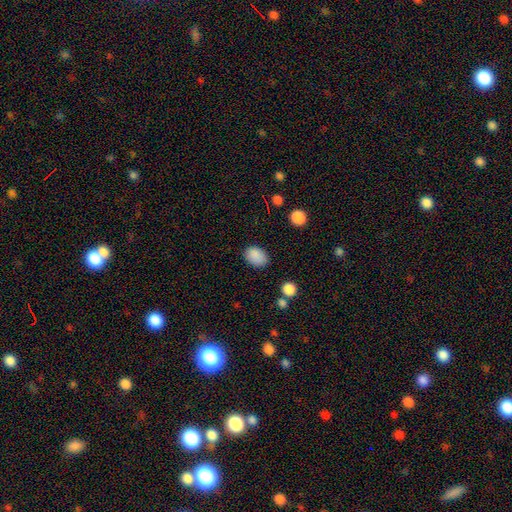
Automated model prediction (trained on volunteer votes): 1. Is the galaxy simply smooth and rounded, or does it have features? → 88% smooth, 9% star or artifact, 4% featured or disk.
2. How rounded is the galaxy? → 78% in between, 21% round, 1% cigar-shaped.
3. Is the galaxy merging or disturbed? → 81% none, 14% minor disturbance, 3% major disturbance, 2% merger.